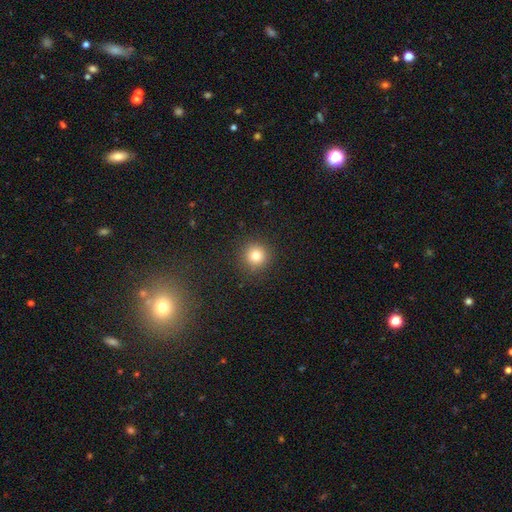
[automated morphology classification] Overall: smooth (81%). How rounded: round (94%). Merging: none (90%).